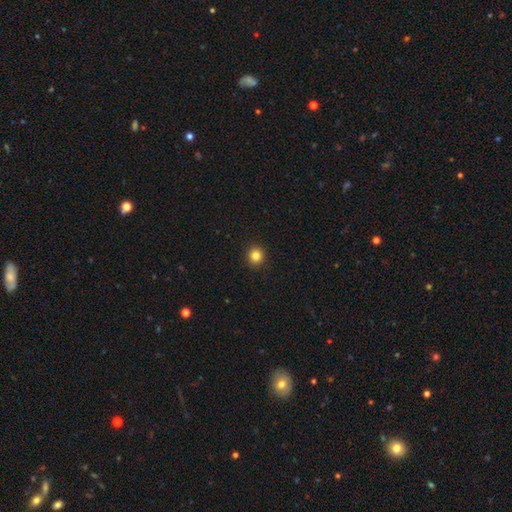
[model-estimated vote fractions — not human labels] This is clearly a smooth galaxy (83%). How rounded: clearly round (92%). Merging: clearly none (93%).